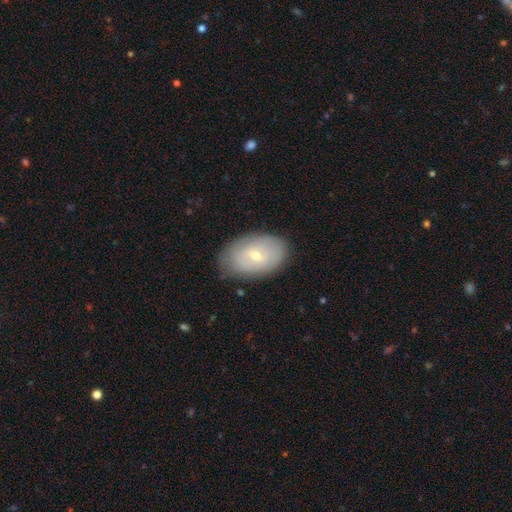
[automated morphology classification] Smooth or featured? Predicted: smooth (p=0.53). How rounded? Predicted: in between (p=0.88). Merging? Predicted: none (p=0.79).